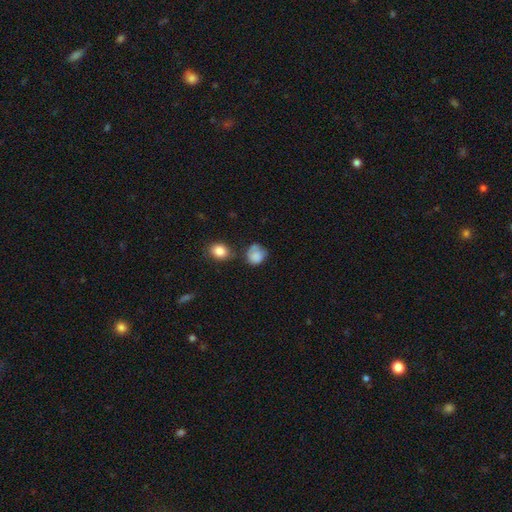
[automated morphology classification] This appears to be a smooth galaxy with no disk features (81%) that is round (72%). Merging: none (46%).